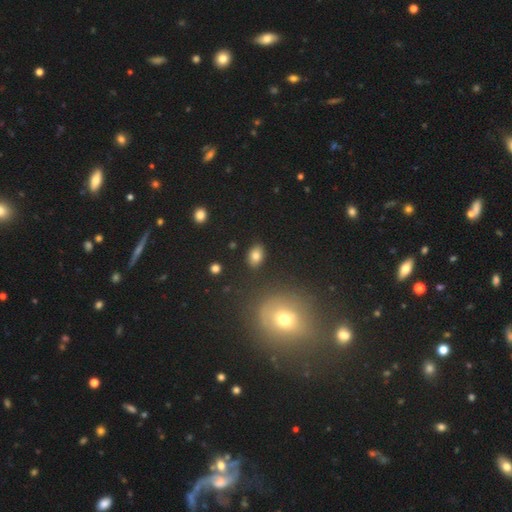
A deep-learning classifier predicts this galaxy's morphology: type=smooth (80%); roundness=in between (82%); merging=none (85%).